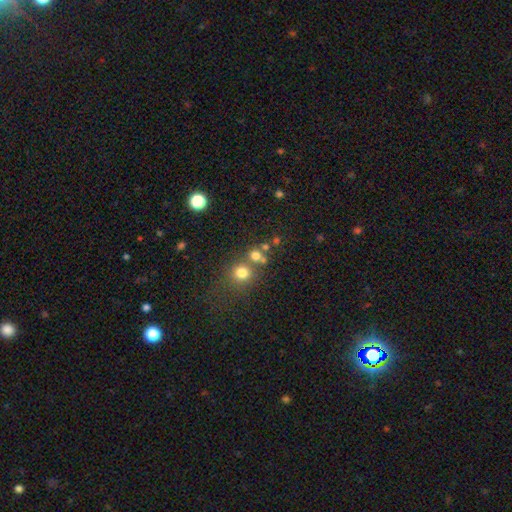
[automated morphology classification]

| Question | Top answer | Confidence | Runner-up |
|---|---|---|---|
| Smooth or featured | smooth | 71% | star or artifact (19%) |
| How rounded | round | 86% | in between (13%) |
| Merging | none | 56% | merger (33%) |